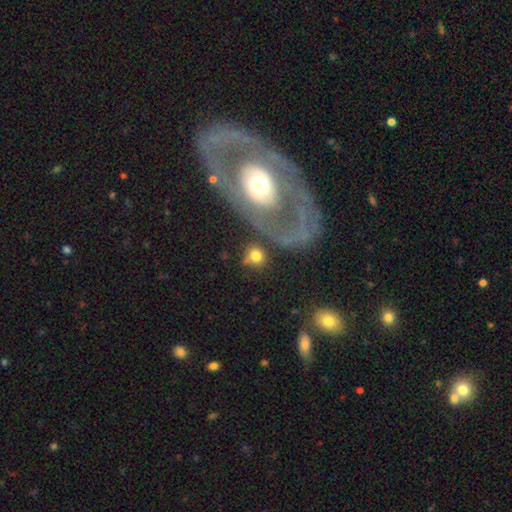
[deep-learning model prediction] smooth_or_featured: smooth (p=0.76) [alt: featured or disk p=0.15]
how_rounded: round (p=0.84) [alt: in between p=0.15]
merging: none (p=0.64) [alt: merger p=0.15]